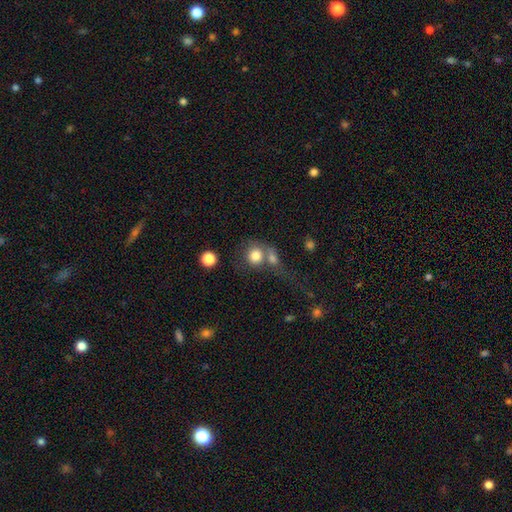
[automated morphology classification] Q: Smooth or featured?
A: smooth (80%); runner-up: featured or disk (11%)
Q: How rounded?
A: round (82%); runner-up: in between (17%)
Q: Merging?
A: merger (45%); runner-up: none (37%)